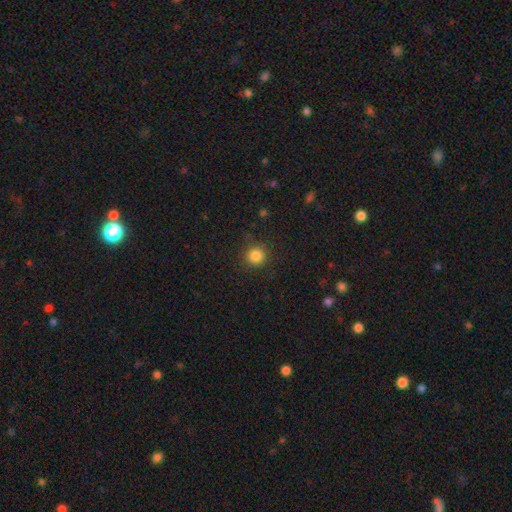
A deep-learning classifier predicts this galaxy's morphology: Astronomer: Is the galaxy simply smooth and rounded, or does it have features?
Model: smooth — 85%.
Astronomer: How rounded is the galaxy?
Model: round — 93%.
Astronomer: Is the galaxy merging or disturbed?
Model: none — 89%.